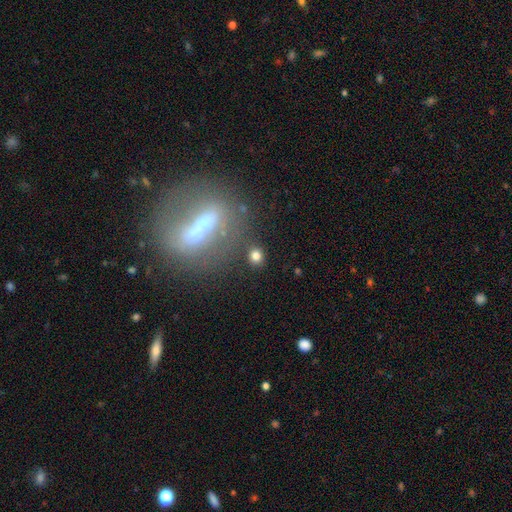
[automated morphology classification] This is likely a smooth galaxy (80%). How rounded: likely round (73%). Merging: clearly none (81%).